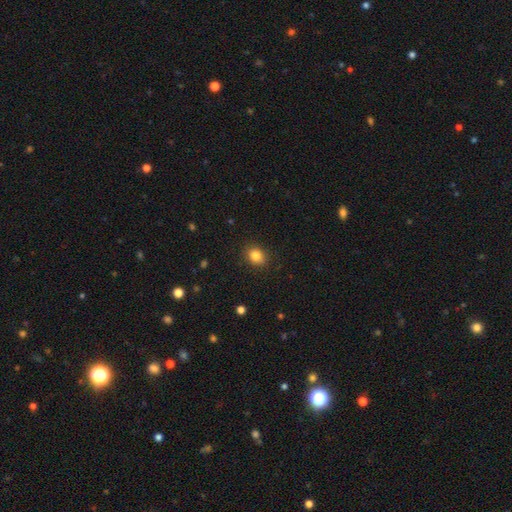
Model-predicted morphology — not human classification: A smooth galaxy with no disk features (84%) that is round (53%).

Vote fractions:
- Smooth or featured? smooth: 84% / star or artifact: 10% / featured or disk: 6%
- How rounded? round: 53% / in between: 46% / cigar-shaped: 1%
- Merging? none: 86% / minor disturbance: 11% / major disturbance: 3% / merger: 1%